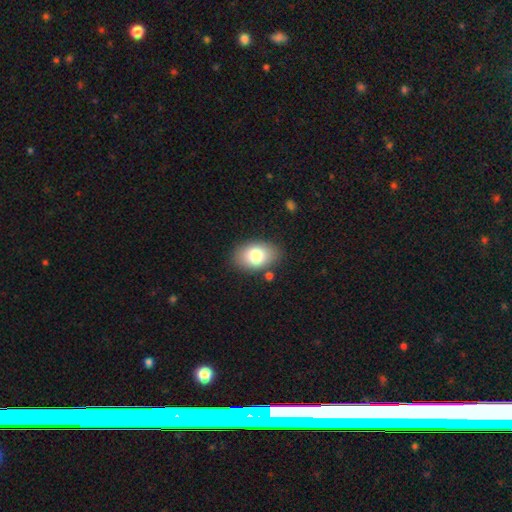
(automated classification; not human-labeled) This appears to be a smooth galaxy with no disk features (79%) that is in between round and cigar-shaped (86%). Merging: none (83%).